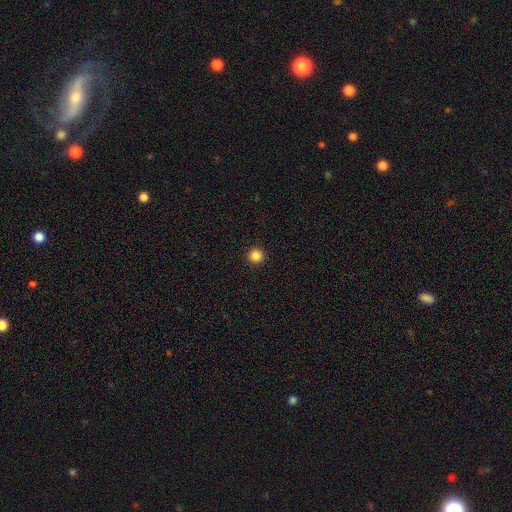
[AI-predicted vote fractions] Smooth or featured?
  - smooth: 85% *
  - star or artifact: 11%
  - featured or disk: 4%
How rounded?
  - round: 96% *
  - in between: 3%
  - cigar-shaped: 1%
Merging?
  - none: 94% *
  - minor disturbance: 4%
  - major disturbance: 1%
  - merger: 1%